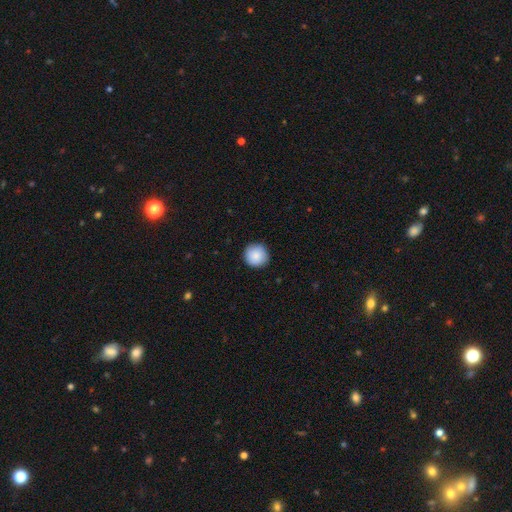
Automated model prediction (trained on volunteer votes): Morphology: type=smooth (88%); roundness=round (95%); merging=none (90%).